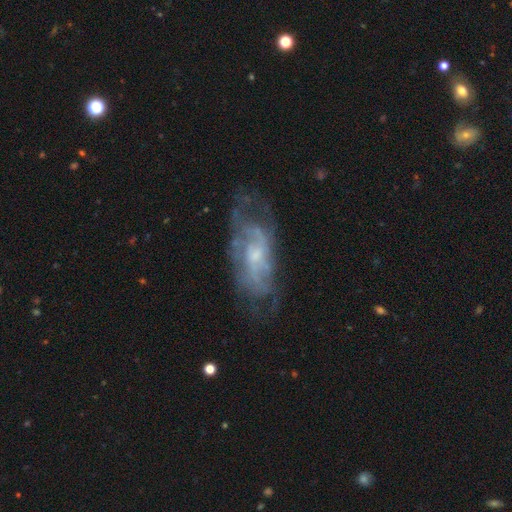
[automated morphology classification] Q: Smooth or featured?
A: featured or disk (72%); runner-up: smooth (20%)
Q: Edge-on disk?
A: no (92%); runner-up: yes (8%)
Q: Bar?
A: no (64%); runner-up: weak (31%)
Q: Spiral arms?
A: yes (72%); runner-up: no (28%)
Q: Bulge size?
A: small (54%); runner-up: moderate (33%)
Q: Merging?
A: none (56%); runner-up: minor disturbance (24%)